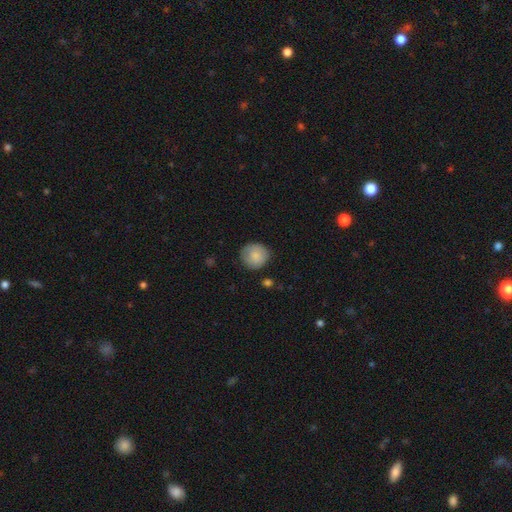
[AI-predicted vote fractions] This is clearly a smooth galaxy (84%). How rounded: clearly round (89%). Merging: likely none (79%).